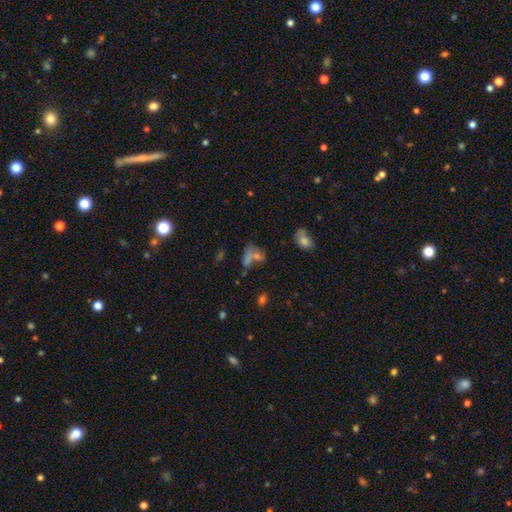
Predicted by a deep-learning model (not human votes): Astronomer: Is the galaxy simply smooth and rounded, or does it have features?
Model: smooth — 49% (runner-up: star or artifact, 31%).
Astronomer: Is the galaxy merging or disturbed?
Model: none — 40% (runner-up: merger, 34%).